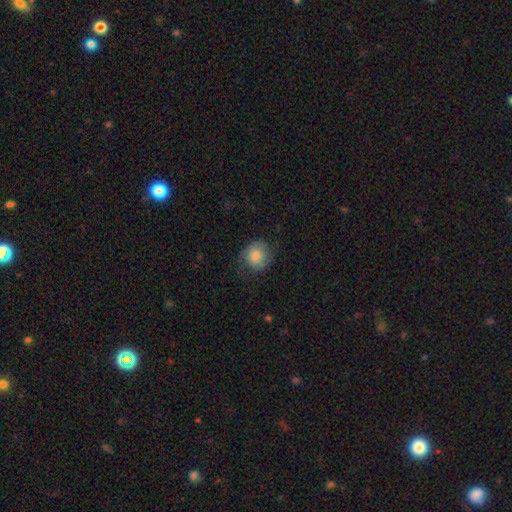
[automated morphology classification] A smooth galaxy with no disk features (73%) that is round (80%). Merging: none (68%).